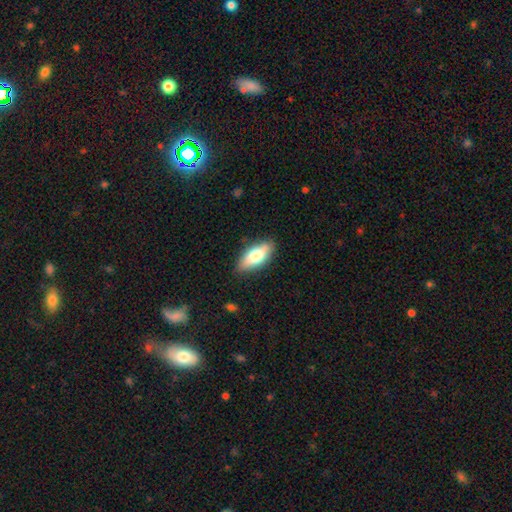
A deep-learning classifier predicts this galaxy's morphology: smooth 69%, featured or disk 25%, star or artifact 6%. Down the decision tree: how rounded — in between (80%); merging — none (85%).